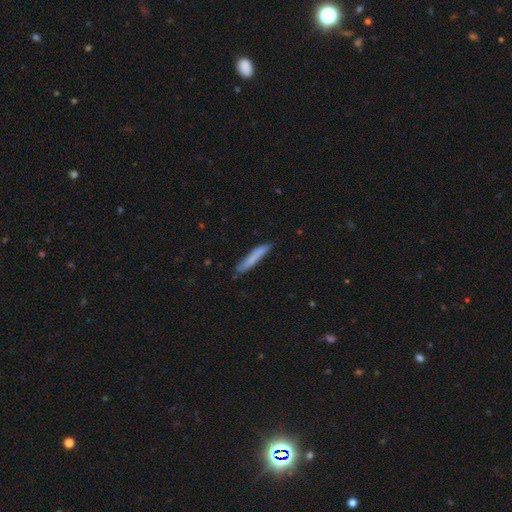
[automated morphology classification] This appears to be a smooth galaxy with no disk features (76%) that is cigar-shaped (94%). Merging: none (79%).